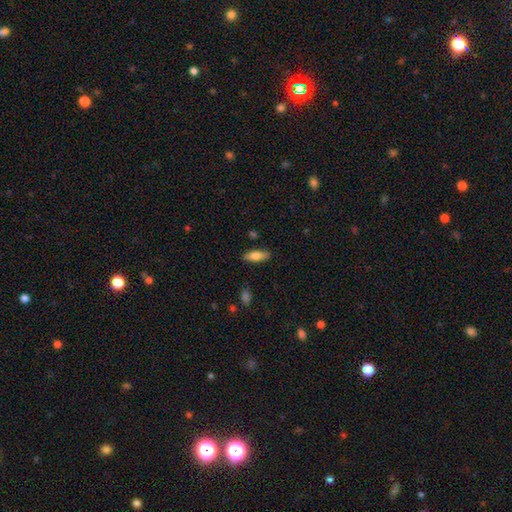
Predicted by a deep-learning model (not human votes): This appears to be a smooth galaxy with no disk features (73%) that is in between round and cigar-shaped (63%). Merging: none (86%).